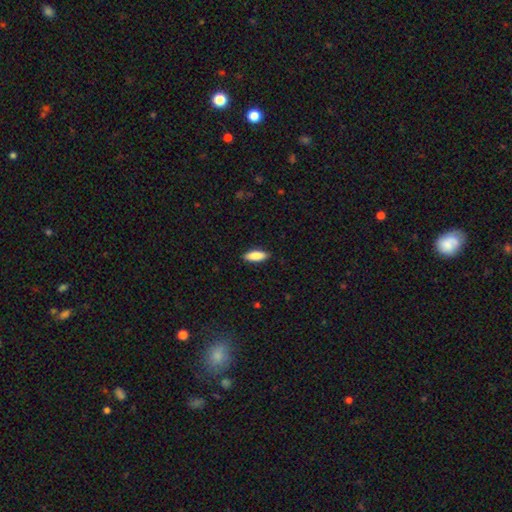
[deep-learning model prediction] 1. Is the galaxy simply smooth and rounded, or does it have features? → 87% smooth, 7% featured or disk, 6% star or artifact.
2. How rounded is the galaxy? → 71% in between, 27% cigar-shaped, 2% round.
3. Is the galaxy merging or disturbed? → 89% none, 9% minor disturbance, 2% major disturbance, 1% merger.